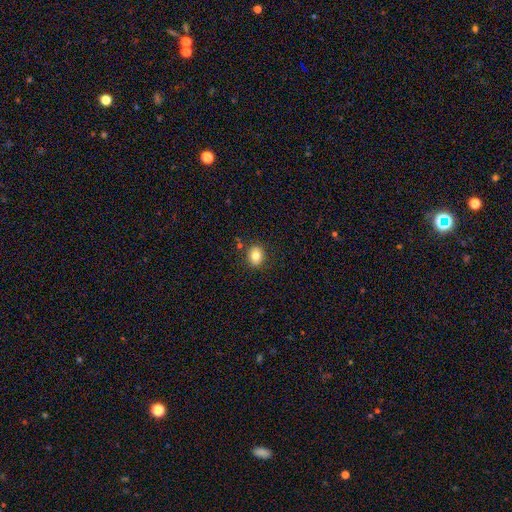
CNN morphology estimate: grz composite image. It shows a smooth galaxy with no disk features (81%) that is round (59%). Merging: none (85%).